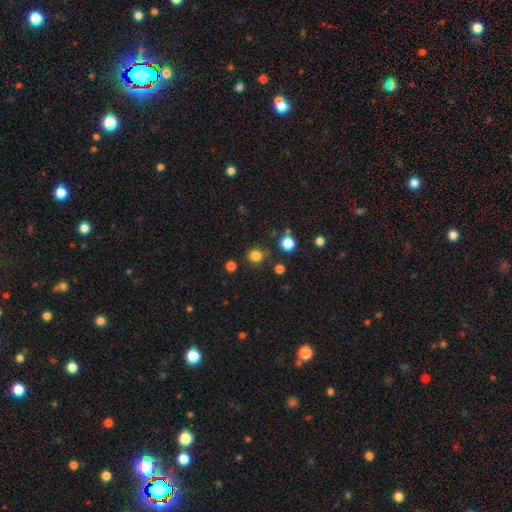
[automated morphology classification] smooth_or_featured: smooth (p=0.81) [alt: star or artifact p=0.15]
how_rounded: round (p=0.85) [alt: in between p=0.15]
merging: none (p=0.83) [alt: minor disturbance p=0.10]